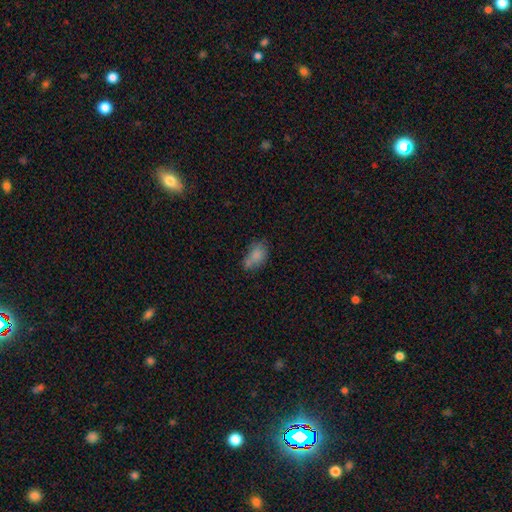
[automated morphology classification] A smooth galaxy with no disk features (77%) that is in between round and cigar-shaped (86%). Merging: none (49%).